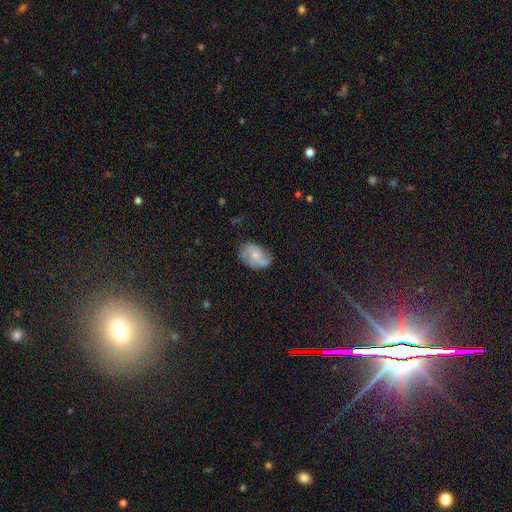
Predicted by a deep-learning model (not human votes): Morphology: type=smooth (51%); roundness=in between (76%); merging=none (49%).